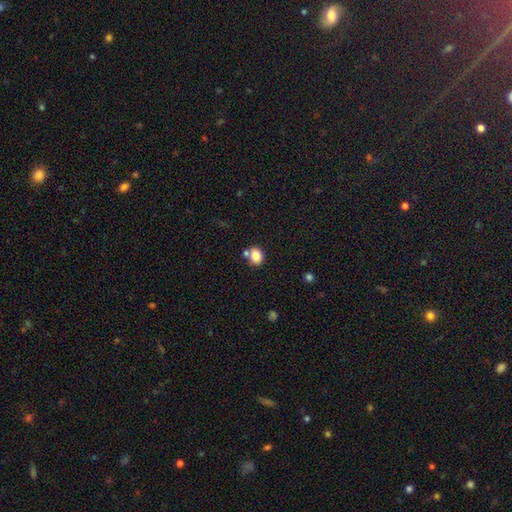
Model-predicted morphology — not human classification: Overall: smooth (82%). How rounded: round (57%; in between 42%). Merging: none (65%).